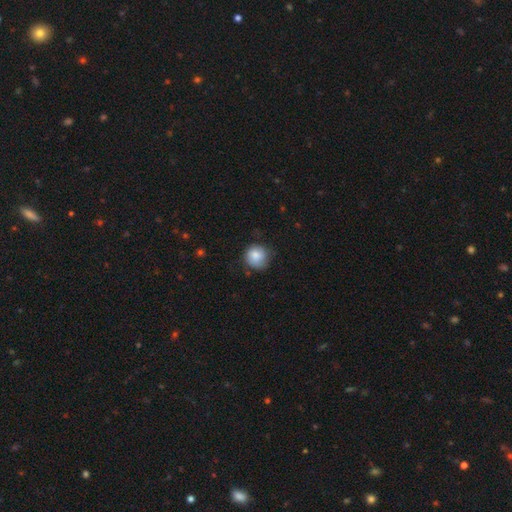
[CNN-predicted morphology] Smooth or featured? smooth (83%)
How rounded? round (89%)
Merging? none (69%)